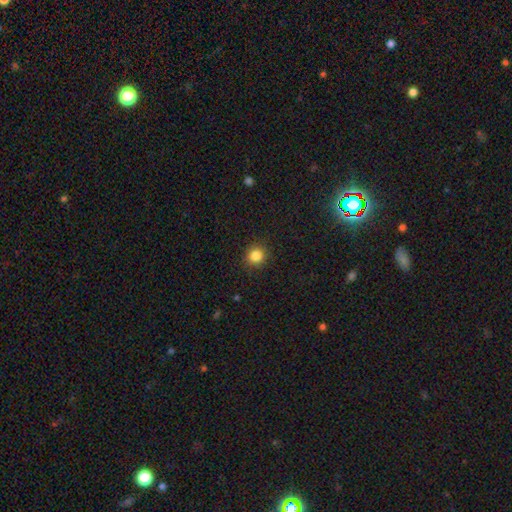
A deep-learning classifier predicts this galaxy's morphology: Smooth or featured? Predicted: smooth (p=0.85). How rounded? Predicted: round (p=0.90). Merging? Predicted: none (p=0.89).